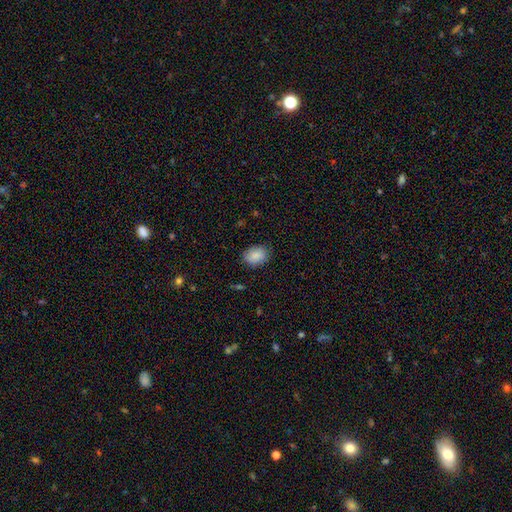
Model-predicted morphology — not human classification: This appears to be a smooth galaxy with no disk features (88%) that is in between round and cigar-shaped (75%). Merging: none (82%).